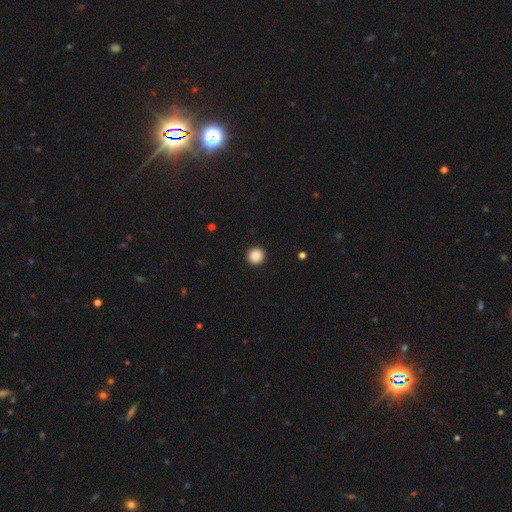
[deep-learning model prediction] Smooth or featured? Predicted: smooth (p=0.89). How rounded? Predicted: round (p=0.96). Merging? Predicted: none (p=0.93).